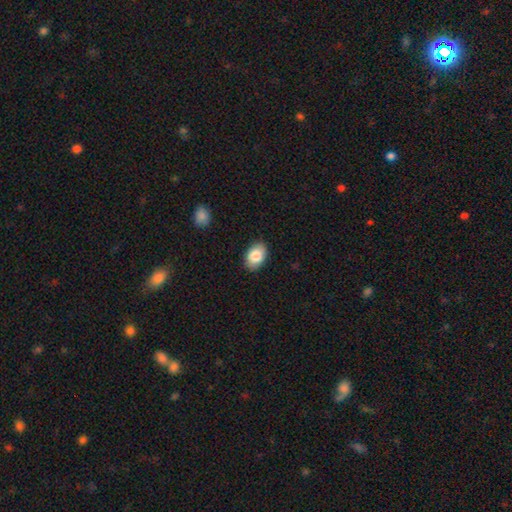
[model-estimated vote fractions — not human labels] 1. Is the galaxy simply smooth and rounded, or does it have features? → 87% smooth, 7% featured or disk, 7% star or artifact.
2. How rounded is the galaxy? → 88% in between, 11% round, 1% cigar-shaped.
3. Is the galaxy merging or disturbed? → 87% none, 10% minor disturbance, 2% major disturbance, 1% merger.